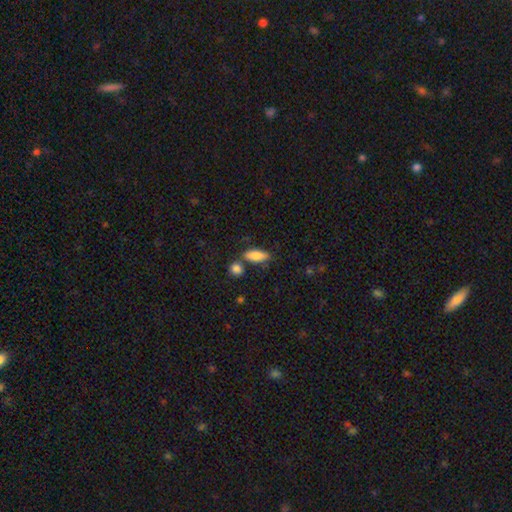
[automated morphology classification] smooth_or_featured: smooth (p=0.85) [alt: featured or disk p=0.08]
how_rounded: in between (p=0.75) [alt: cigar-shaped p=0.21]
merging: none (p=0.69) [alt: minor disturbance p=0.14]